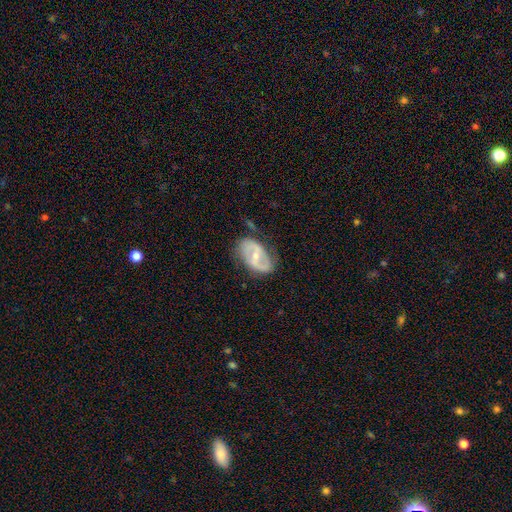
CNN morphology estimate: smooth-or-featured: featured or disk: 76% | smooth: 19% | star or artifact: 5%
  disk-edge-on: no: 96% | yes: 4%
    bar: weak: 43% | strong: 34% | no: 23%
    has-spiral-arms: yes: 78% | no: 22%
      spiral-winding: medium: 45% | loose: 31% | tight: 23%
      spiral-arm-count: 2: 83% | can't tell: 10% | 1: 3% | 3: 1% | 4: 1% | more than 4: 1%
    bulge-size: small: 54% | moderate: 42% | none: 2% | large: 1% | dominant: 1%
  merging: none: 70% | minor disturbance: 21% | major disturbance: 7% | merger: 2%